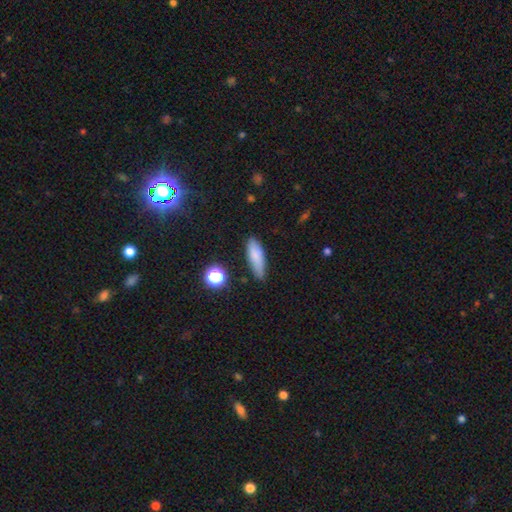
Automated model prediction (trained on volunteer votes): smooth-or-featured: smooth: 81% | featured or disk: 10% | star or artifact: 9%
  how-rounded: in between: 54% | cigar-shaped: 43% | round: 3%
  merging: none: 78% | minor disturbance: 17% | major disturbance: 3% | merger: 2%